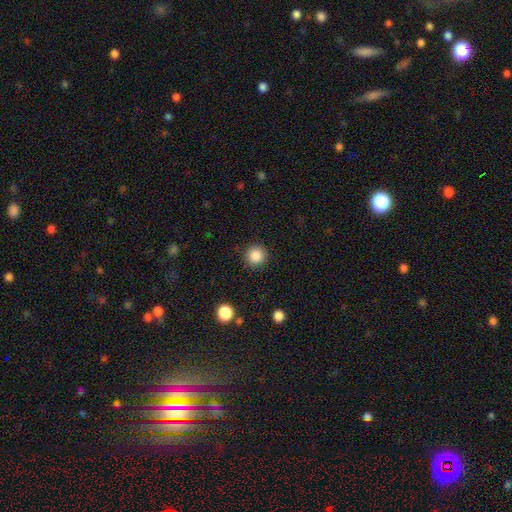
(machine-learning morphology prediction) A smooth galaxy with no disk features (86%) that is round (95%).

Vote fractions:
- Smooth or featured? smooth: 86% / star or artifact: 10% / featured or disk: 4%
- How rounded? round: 95% / in between: 4% / cigar-shaped: 1%
- Merging? none: 90% / minor disturbance: 6% / major disturbance: 2% / merger: 1%